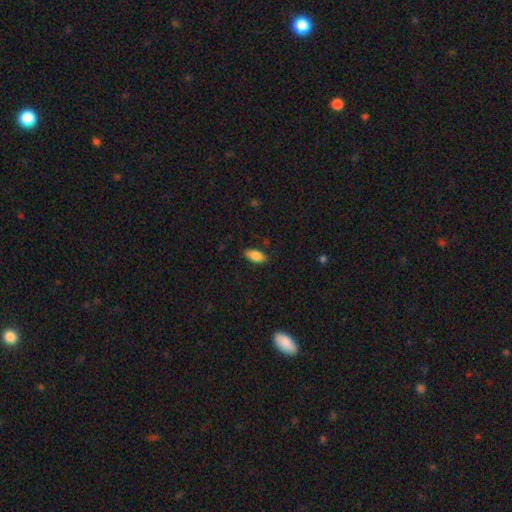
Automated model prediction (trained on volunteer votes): Smooth or featured? Predicted: smooth (p=0.85). How rounded? Predicted: in between (p=0.91). Merging? Predicted: none (p=0.86).